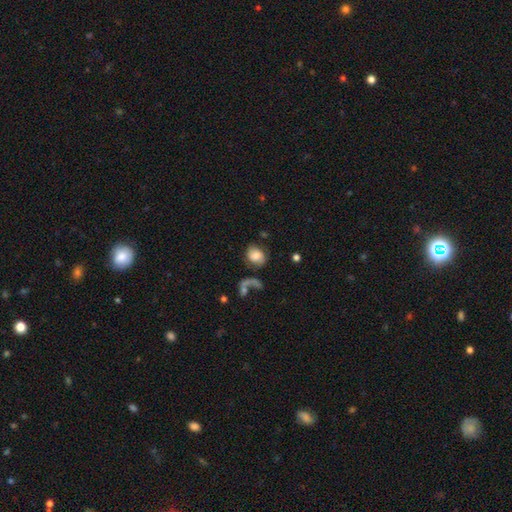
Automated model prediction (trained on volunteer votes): Smooth or featured? Predicted: smooth (p=0.68). How rounded? Predicted: round (p=0.53). Merging? Predicted: none (p=0.48).